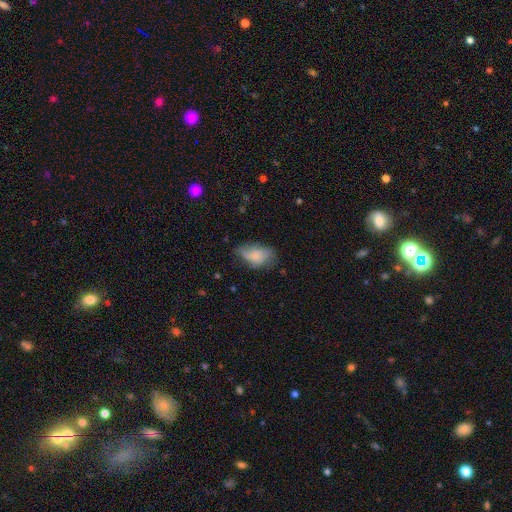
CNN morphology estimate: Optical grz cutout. It shows a smooth galaxy with no disk features (60%) that is in between round and cigar-shaped (90%). Merging: none (44%).